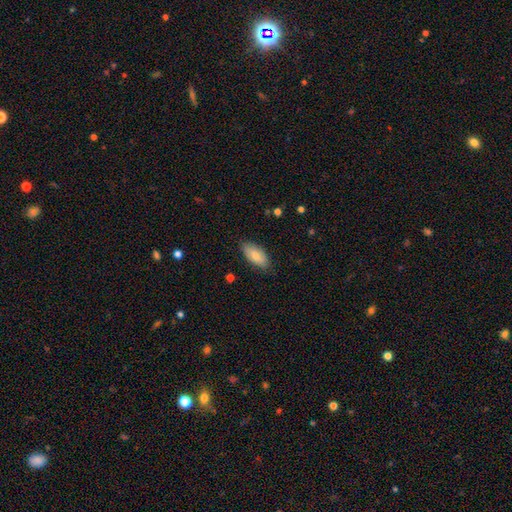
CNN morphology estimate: Smooth or featured?
  - smooth: 77% *
  - featured or disk: 17%
  - star or artifact: 6%
How rounded?
  - in between: 90% *
  - cigar-shaped: 8%
  - round: 2%
Merging?
  - none: 81% *
  - minor disturbance: 15%
  - major disturbance: 3%
  - merger: 1%